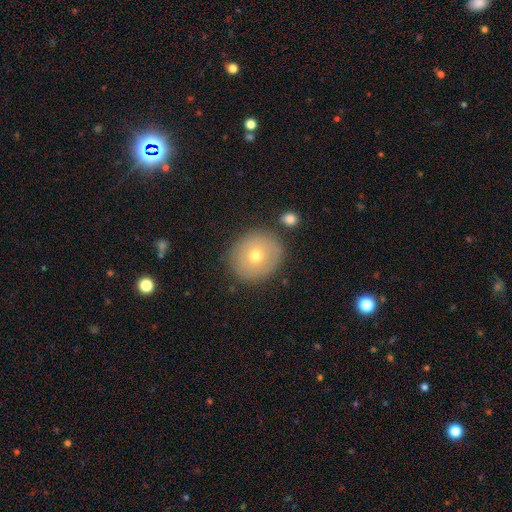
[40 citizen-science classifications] Smooth or featured?
  - smooth: 75% *
  - featured or disk: 20%
  - star or artifact: 5%
How rounded?
  - round: 93% *
  - in between: 7%
  - cigar-shaped: 0%
Merging?
  - none: 87% *
  - minor disturbance: 5%
  - merger: 5%
  - major disturbance: 3%